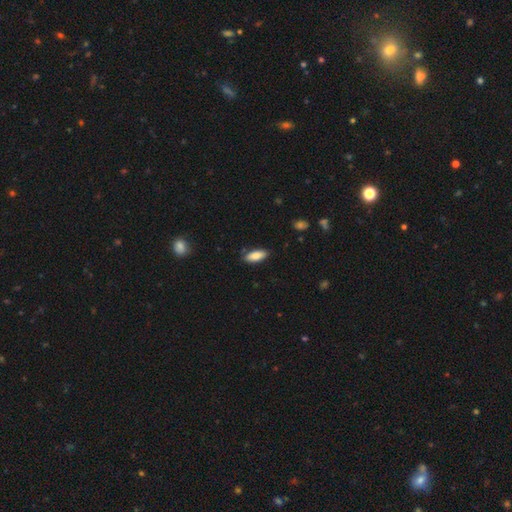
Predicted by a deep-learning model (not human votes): Morphology: type=smooth (84%); roundness=in between (79%); merging=none (83%).